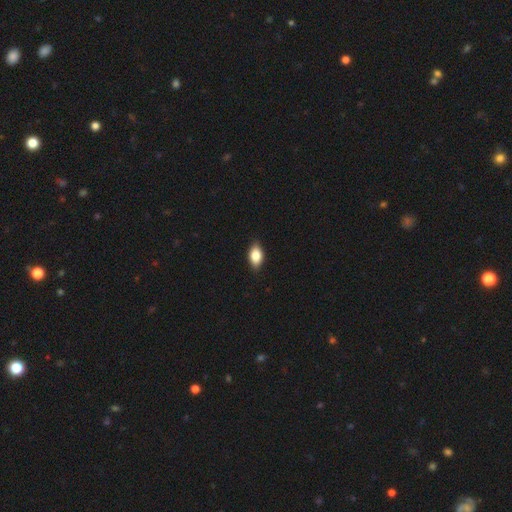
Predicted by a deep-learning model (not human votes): The model was most divided on "smooth or featured": smooth: 82%, featured or disk: 11%, star or artifact: 7%. More confident: how rounded — in between (89%); merging — none (87%).